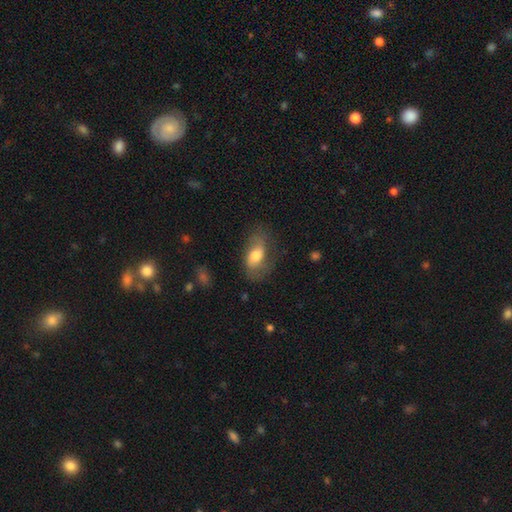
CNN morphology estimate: Overall: smooth (59%; featured or disk 34%). How rounded: in between (88%). Merging: none (60%; minor disturbance 24%).